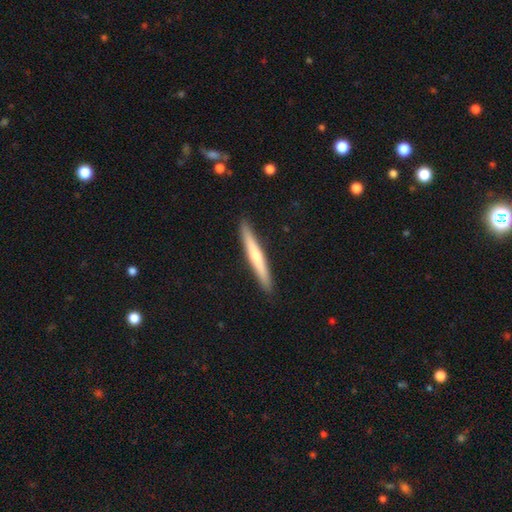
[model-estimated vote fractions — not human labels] Overall: featured or disk (50%; smooth 44%). Merging: none (90%).